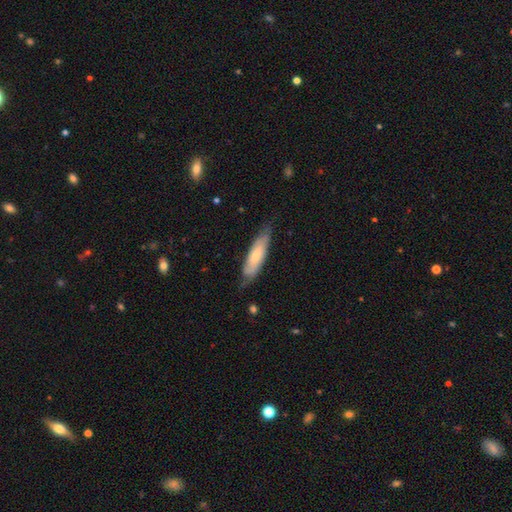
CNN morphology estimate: Smooth or featured? smooth (52%)
How rounded? cigar-shaped (62%)
Merging? none (69%)